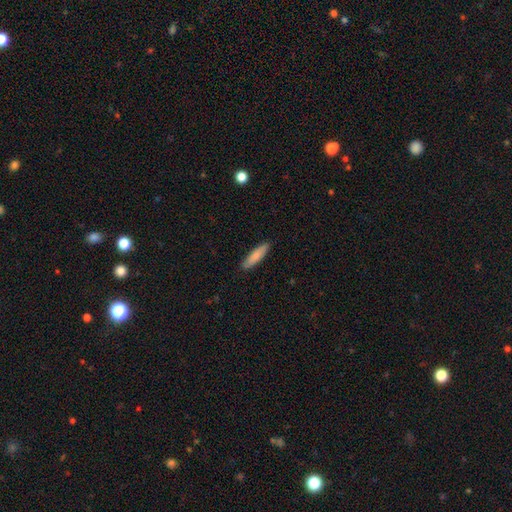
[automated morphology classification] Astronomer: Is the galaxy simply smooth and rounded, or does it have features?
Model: smooth — 82%.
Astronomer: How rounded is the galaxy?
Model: cigar-shaped — 74%.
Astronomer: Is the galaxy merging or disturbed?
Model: none — 87%.